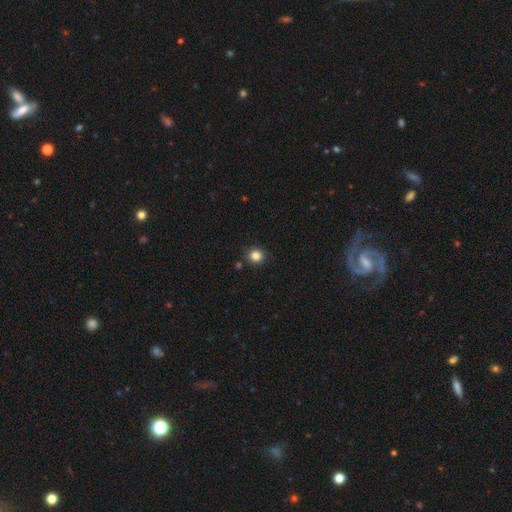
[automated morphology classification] smooth_or_featured: smooth (p=0.84) [alt: star or artifact p=0.12]
how_rounded: round (p=0.89) [alt: in between p=0.11]
merging: none (p=0.87) [alt: minor disturbance p=0.08]